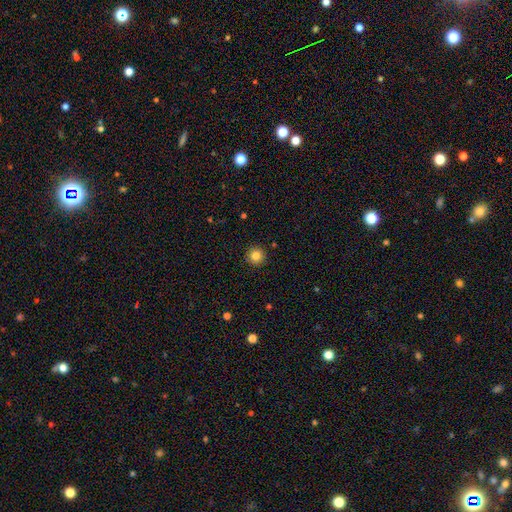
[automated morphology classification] smooth_or_featured: smooth (p=0.84) [alt: star or artifact p=0.11]
how_rounded: round (p=0.95) [alt: in between p=0.04]
merging: none (p=0.92) [alt: minor disturbance p=0.05]